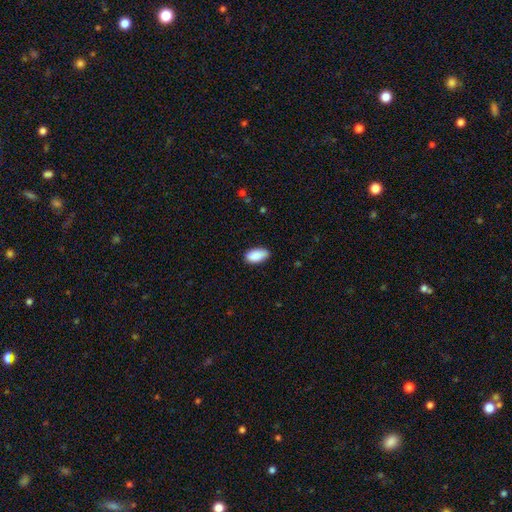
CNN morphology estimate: The model was most divided on "merging": none: 79%, minor disturbance: 18%, major disturbance: 2%, merger: 1%. More confident: how rounded — in between (94%); smooth or featured — smooth (90%).